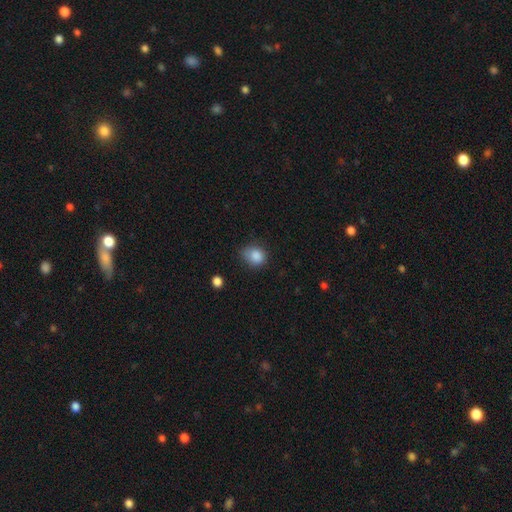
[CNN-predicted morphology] This is clearly a smooth galaxy (85%). How rounded: possibly round (57%). Merging: possibly none (59%).